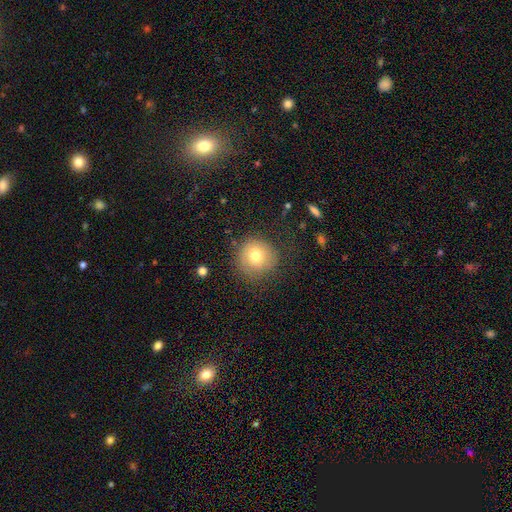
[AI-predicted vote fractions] The model was most divided on "merging": none: 73%, minor disturbance: 17%, major disturbance: 9%, merger: 2%. More confident: how rounded — round (92%); smooth or featured — smooth (75%).